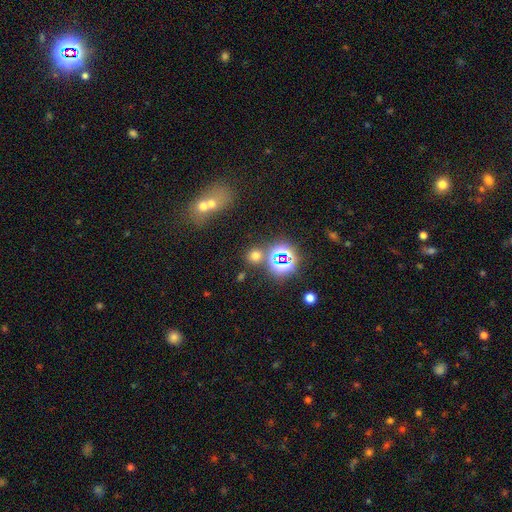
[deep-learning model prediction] Smooth or featured? Predicted: smooth (p=0.58). How rounded? Predicted: round (p=0.84). Merging? Predicted: none (p=0.77).